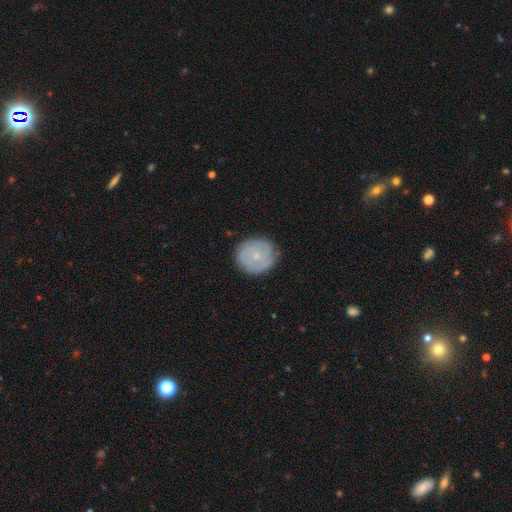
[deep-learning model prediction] This appears to be a featured or disk galaxy (49%). Merging: none (84%).